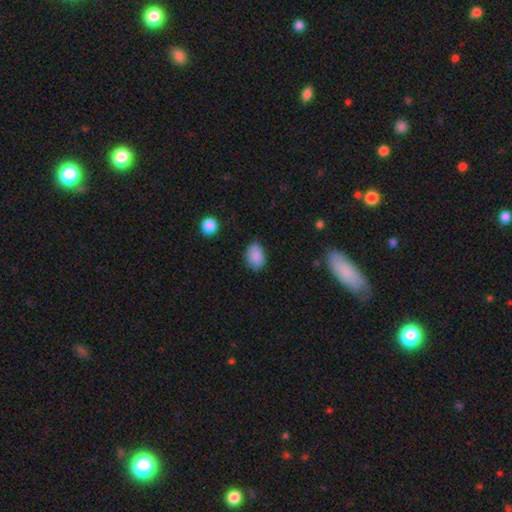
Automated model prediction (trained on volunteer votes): Smooth or featured: smooth — 88% (star or artifact — 8%)
How rounded: in between — 82% (round — 17%)
Merging: none — 80% (minor disturbance — 16%)